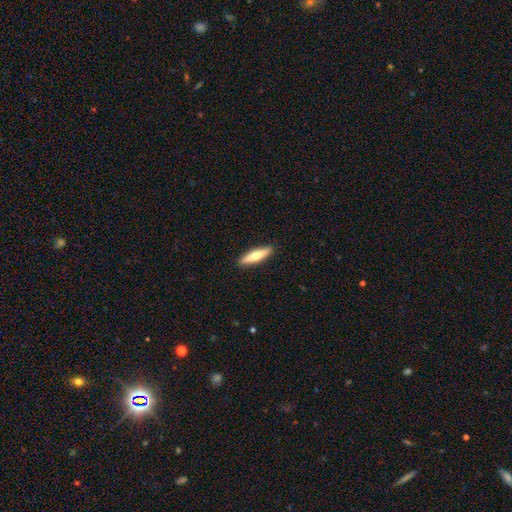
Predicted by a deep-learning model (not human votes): This is likely a smooth galaxy (61%). How rounded: likely cigar-shaped (78%). Merging: clearly none (90%).